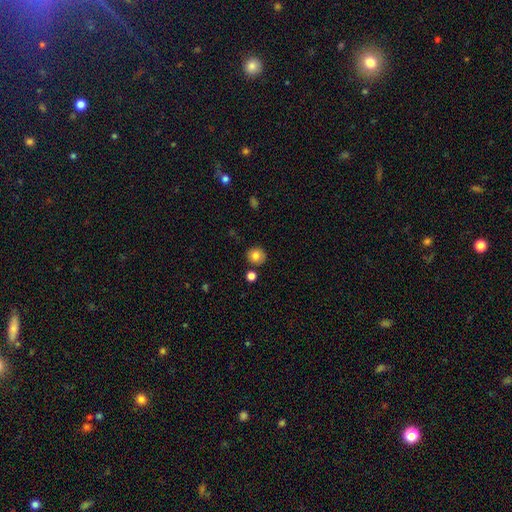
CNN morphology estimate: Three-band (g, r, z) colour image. It shows a smooth galaxy with no disk features (81%) that is round (88%). Merging: none (84%).